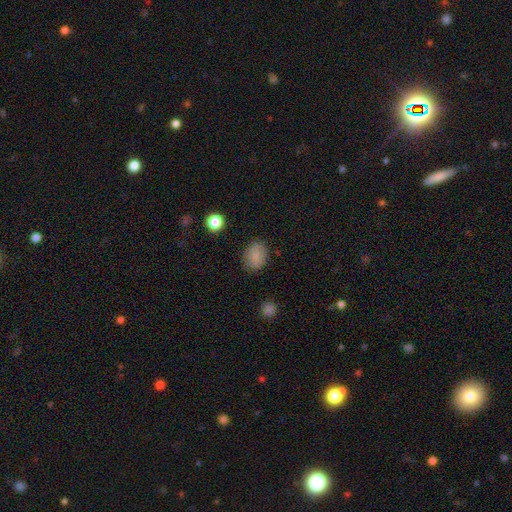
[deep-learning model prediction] A smooth galaxy with no disk features (84%) that is in between round and cigar-shaped (63%). Merging: none (84%).